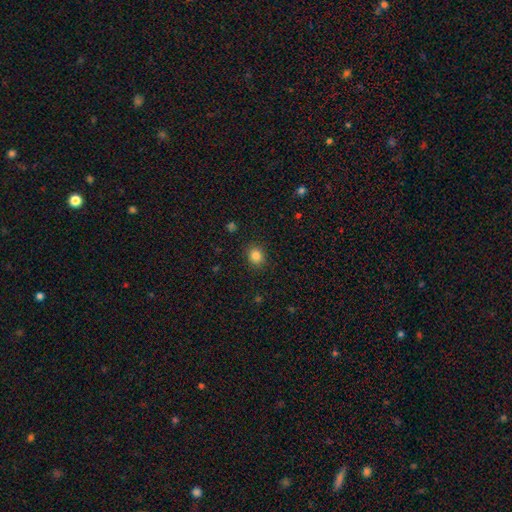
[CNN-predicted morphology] The model was most divided on "how rounded": round: 74%, in between: 25%, cigar-shaped: 1%. More confident: merging — none (89%); smooth or featured — smooth (85%).